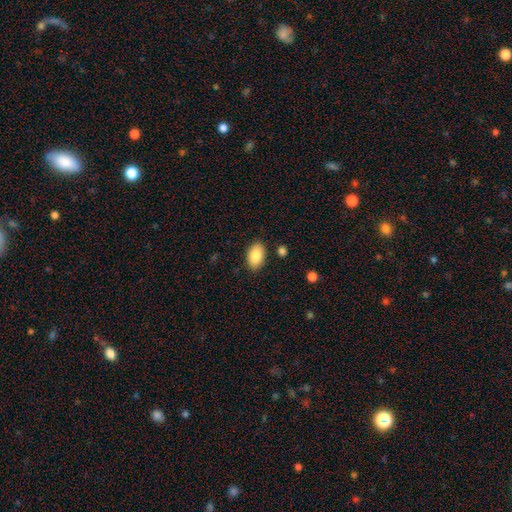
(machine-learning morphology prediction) This is clearly a smooth galaxy (87%). How rounded: clearly in between (94%). Merging: clearly none (87%).